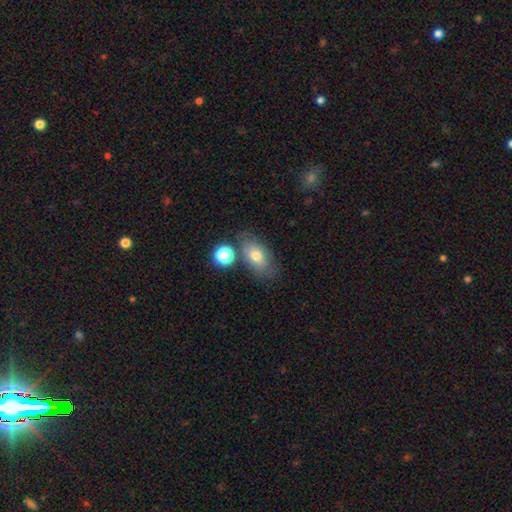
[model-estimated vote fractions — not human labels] Smooth or featured? Predicted: smooth (p=0.72). How rounded? Predicted: in between (p=0.85). Merging? Predicted: none (p=0.67).